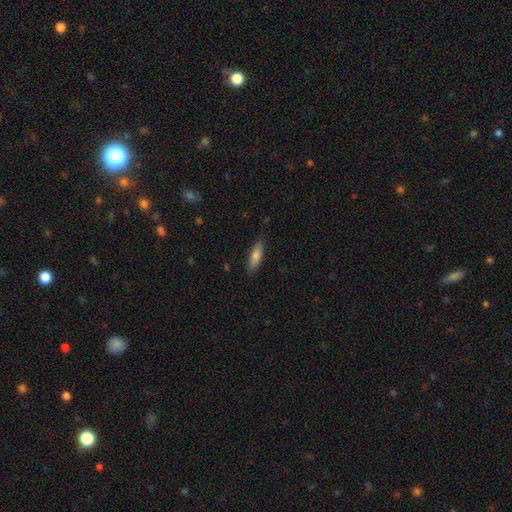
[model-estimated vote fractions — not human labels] Overall: smooth (77%). How rounded: cigar-shaped (53%; in between 45%). Merging: none (86%).